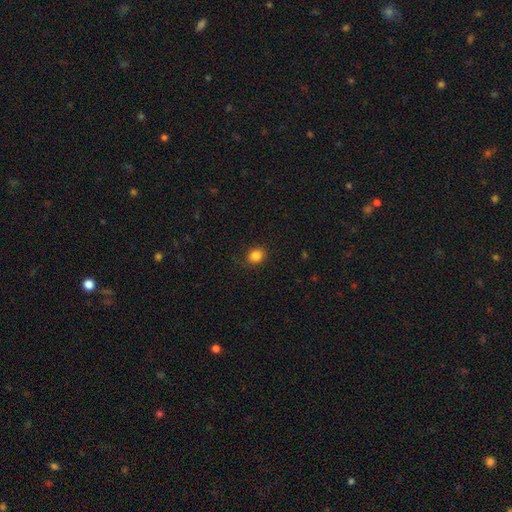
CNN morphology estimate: type=smooth (85%); roundness=round (71%); merging=none (87%).